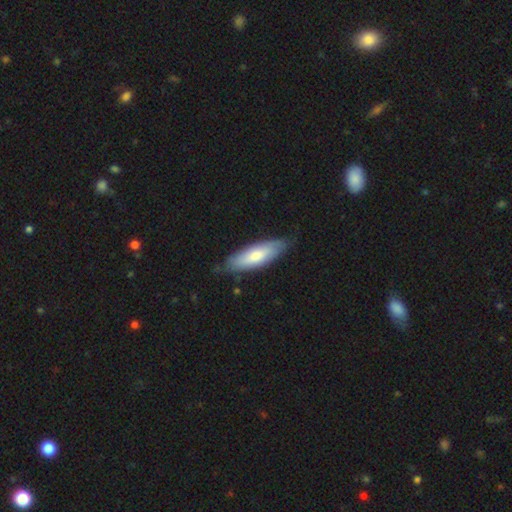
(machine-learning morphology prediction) smooth 69%, featured or disk 26%, star or artifact 5%. Down the decision tree: how rounded — in between (53%); merging — none (78%).